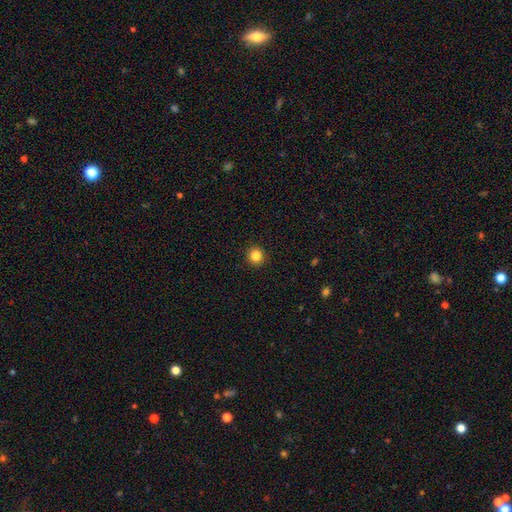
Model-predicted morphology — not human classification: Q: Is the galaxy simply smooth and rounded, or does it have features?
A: smooth — 85%.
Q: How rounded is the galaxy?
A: round — 94%.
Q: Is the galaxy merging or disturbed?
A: none — 93%.